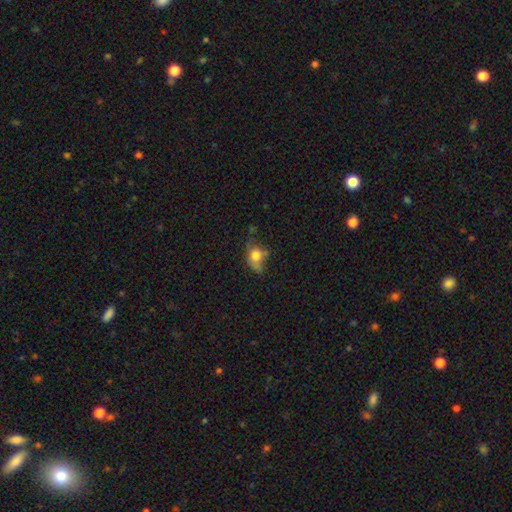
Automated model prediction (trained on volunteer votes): Smooth or featured? Predicted: smooth (p=0.71). How rounded? Predicted: in between (p=0.57). Merging? Predicted: none (p=0.35).